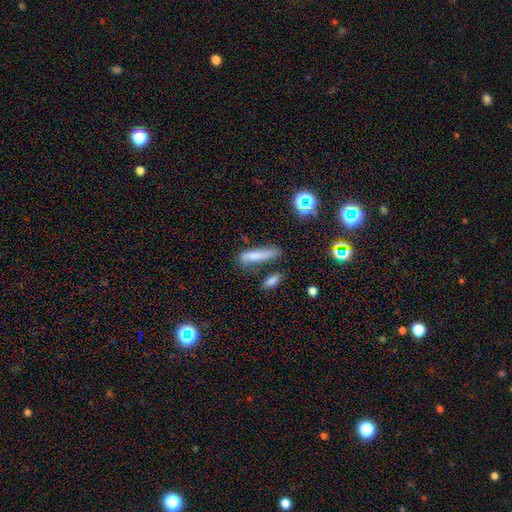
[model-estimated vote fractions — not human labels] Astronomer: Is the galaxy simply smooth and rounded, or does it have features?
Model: smooth — 73%.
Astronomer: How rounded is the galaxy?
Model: cigar-shaped — 76%.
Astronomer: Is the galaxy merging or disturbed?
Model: none — 55%.